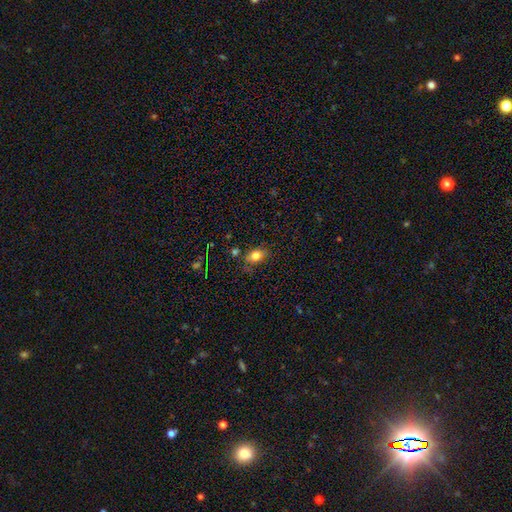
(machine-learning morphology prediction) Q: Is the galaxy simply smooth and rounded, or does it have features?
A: smooth — 79%.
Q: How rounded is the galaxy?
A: in between — 74%.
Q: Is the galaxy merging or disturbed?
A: none — 72%.